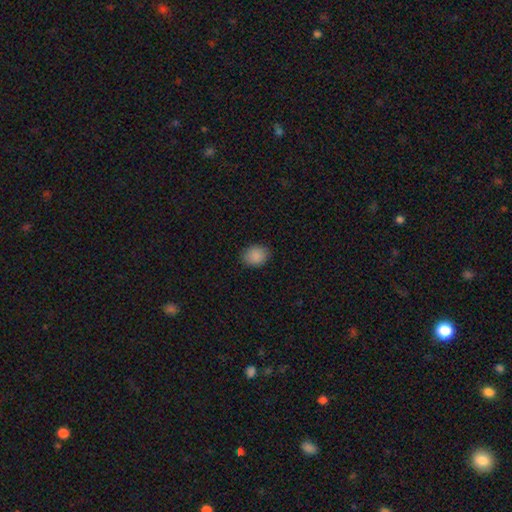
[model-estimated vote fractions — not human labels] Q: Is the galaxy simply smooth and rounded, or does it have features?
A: smooth — 88%.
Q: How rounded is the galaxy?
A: in between — 56%.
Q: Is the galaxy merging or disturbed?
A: none — 87%.